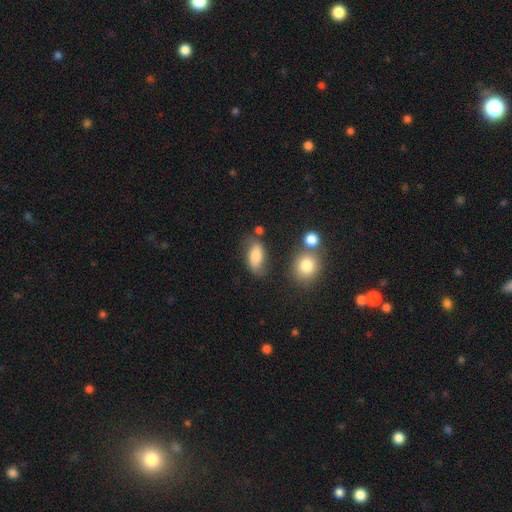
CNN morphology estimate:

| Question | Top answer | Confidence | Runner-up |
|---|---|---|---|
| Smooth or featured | smooth | 77% | featured or disk (14%) |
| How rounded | in between | 86% | cigar-shaped (7%) |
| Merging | none | 64% | minor disturbance (22%) |